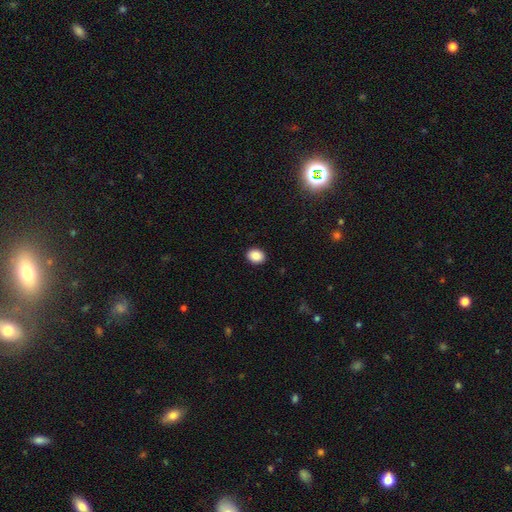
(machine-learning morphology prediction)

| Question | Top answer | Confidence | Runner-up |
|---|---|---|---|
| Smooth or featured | smooth | 89% | star or artifact (8%) |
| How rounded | in between | 61% | round (38%) |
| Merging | none | 91% | minor disturbance (6%) |